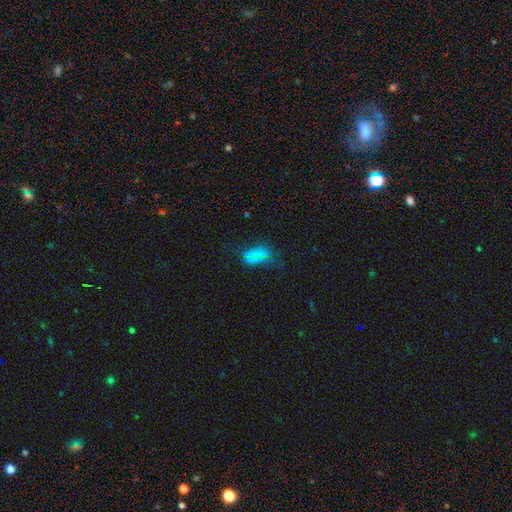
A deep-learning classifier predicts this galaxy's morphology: This appears to be a smooth galaxy with no disk features (61%) that is in between round and cigar-shaped (73%). Merging: none (53%).